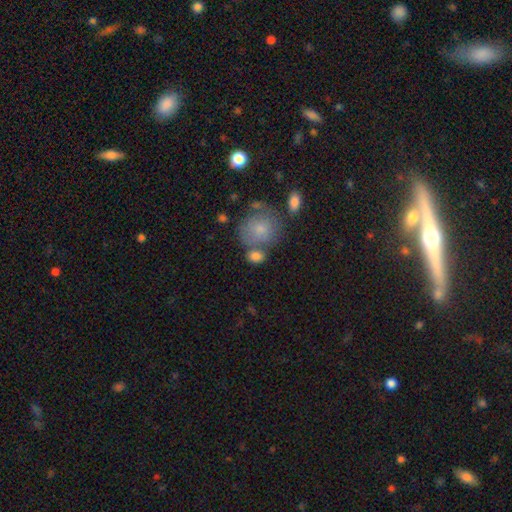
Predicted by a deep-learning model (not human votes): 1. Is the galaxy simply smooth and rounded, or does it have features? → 81% smooth, 11% featured or disk, 8% star or artifact.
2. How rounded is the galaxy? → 51% round, 47% in between, 2% cigar-shaped.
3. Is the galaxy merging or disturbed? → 53% none, 23% merger, 17% minor disturbance, 7% major disturbance.